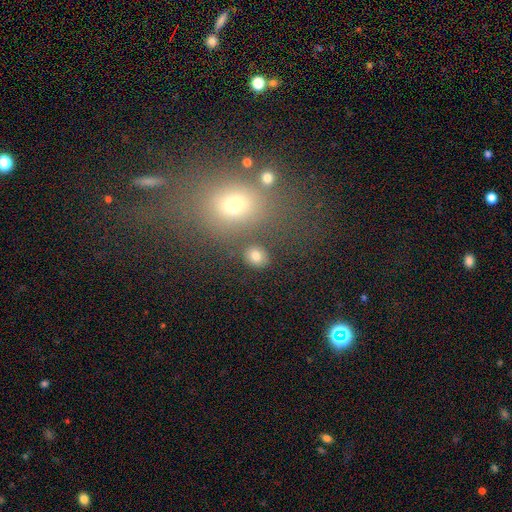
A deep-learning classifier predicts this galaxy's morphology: This appears to be a smooth galaxy with no disk features (79%) that is round (63%). Merging: none (81%).